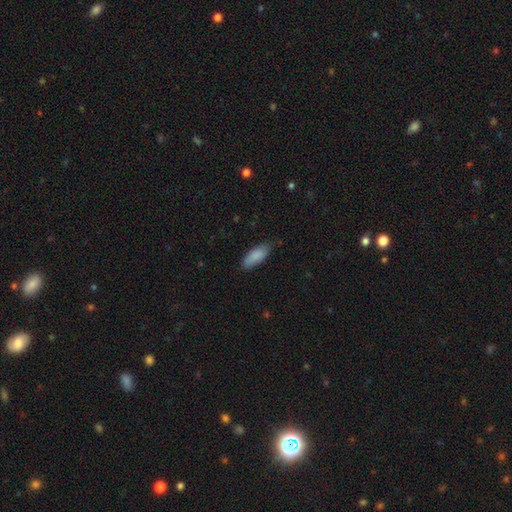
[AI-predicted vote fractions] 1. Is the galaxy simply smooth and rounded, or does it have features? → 88% smooth, 7% featured or disk, 6% star or artifact.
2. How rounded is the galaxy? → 74% in between, 24% cigar-shaped, 2% round.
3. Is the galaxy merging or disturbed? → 75% none, 21% minor disturbance, 3% major disturbance, 1% merger.